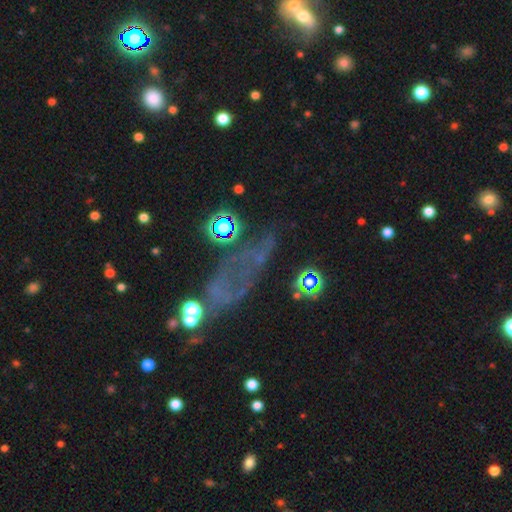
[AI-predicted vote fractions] Morphology: type=star or artifact (56%).